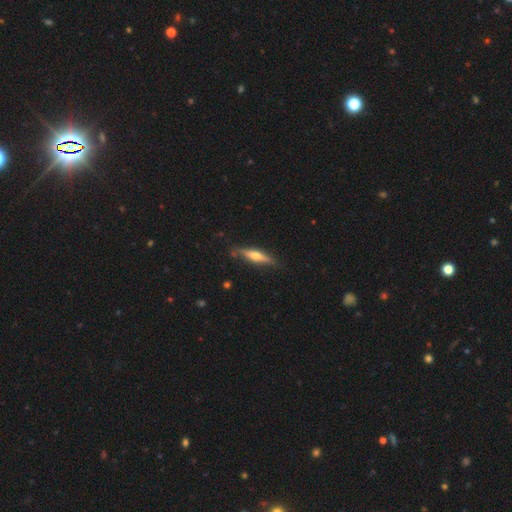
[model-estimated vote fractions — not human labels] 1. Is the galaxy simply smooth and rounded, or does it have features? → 61% featured or disk, 34% smooth, 5% star or artifact.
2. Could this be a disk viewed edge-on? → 95% yes, 5% no.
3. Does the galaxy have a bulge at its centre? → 89% rounded, 6% boxy, 5% none.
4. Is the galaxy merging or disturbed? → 84% none, 12% minor disturbance, 2% major disturbance, 2% merger.